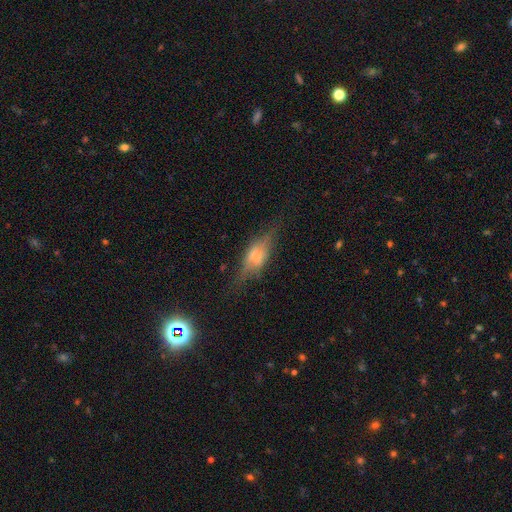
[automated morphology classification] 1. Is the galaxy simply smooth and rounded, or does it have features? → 57% featured or disk, 32% smooth, 10% star or artifact.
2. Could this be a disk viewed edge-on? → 87% yes, 13% no.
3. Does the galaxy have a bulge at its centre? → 70% rounded, 24% boxy, 6% none.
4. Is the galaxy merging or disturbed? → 64% none, 22% minor disturbance, 12% major disturbance, 2% merger.